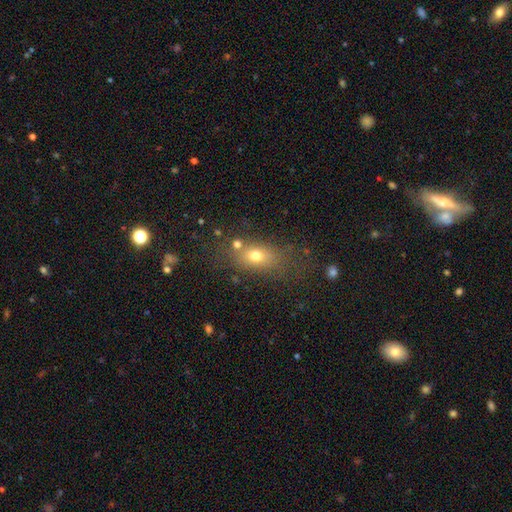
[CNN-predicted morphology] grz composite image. It shows a smooth galaxy with no disk features (70%) that is in between round and cigar-shaped (70%). Merging: none (66%).